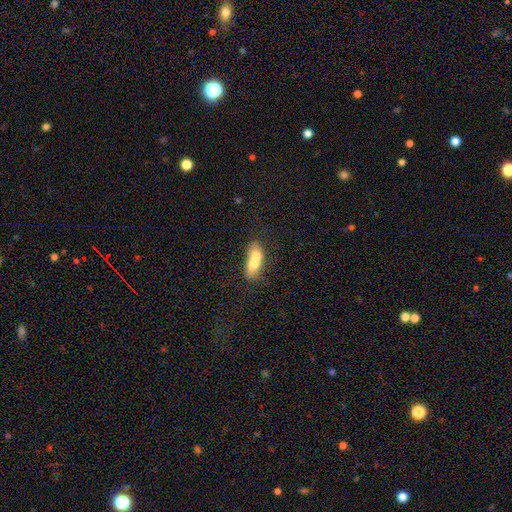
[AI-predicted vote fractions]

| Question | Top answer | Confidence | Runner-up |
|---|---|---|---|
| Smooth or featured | smooth | 62% | featured or disk (30%) |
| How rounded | in between | 68% | round (18%) |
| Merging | merger | 72% | none (17%) |